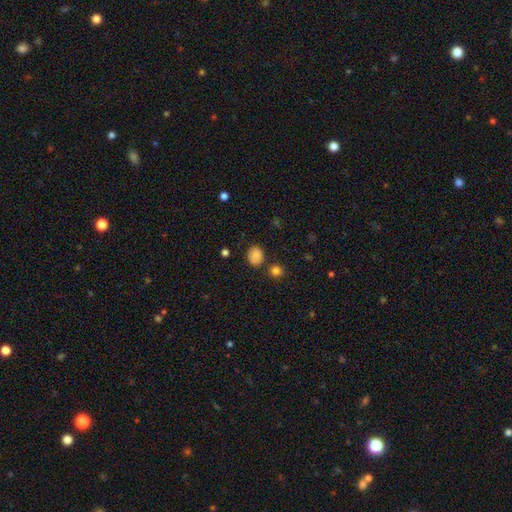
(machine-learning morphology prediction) This appears to be a smooth galaxy with no disk features (82%) that is round (62%). Merging: none (79%).